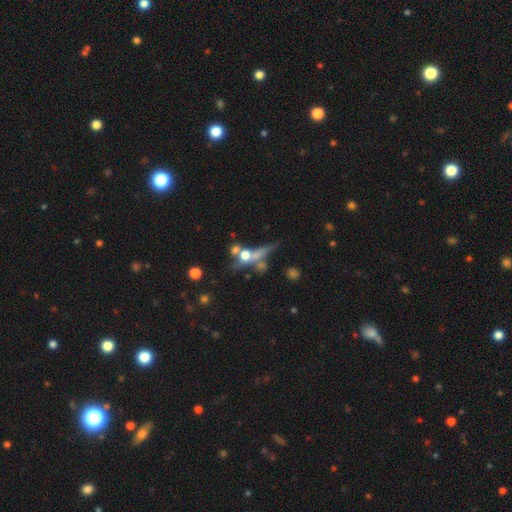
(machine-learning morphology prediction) smooth-or-featured: featured or disk: 46% | smooth: 39% | star or artifact: 15%
  merging: none: 38% | merger: 34% | major disturbance: 15% | minor disturbance: 13%